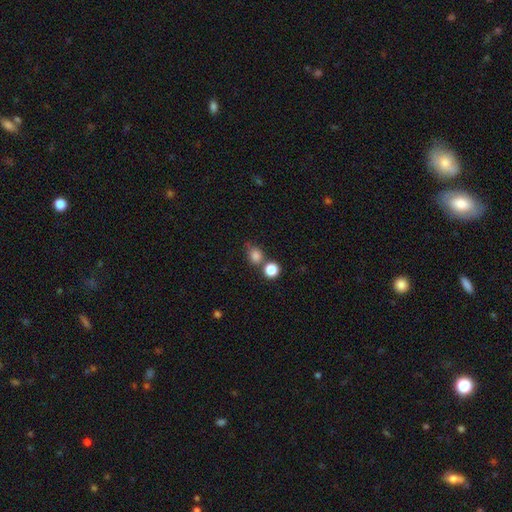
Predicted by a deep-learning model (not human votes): A smooth galaxy with no disk features (82%) that is round (73%). Merging: none (59%).